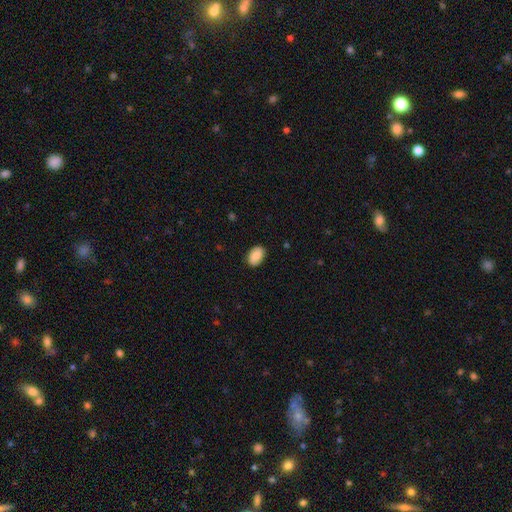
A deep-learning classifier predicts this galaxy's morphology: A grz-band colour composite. It shows a smooth galaxy with no disk features (86%) that is in between round and cigar-shaped (89%). Merging: none (87%).